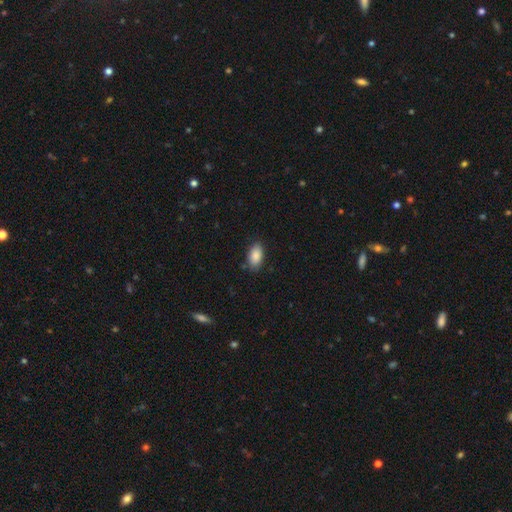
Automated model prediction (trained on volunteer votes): This is clearly a smooth galaxy (88%). How rounded: clearly in between (93%). Merging: clearly none (82%).